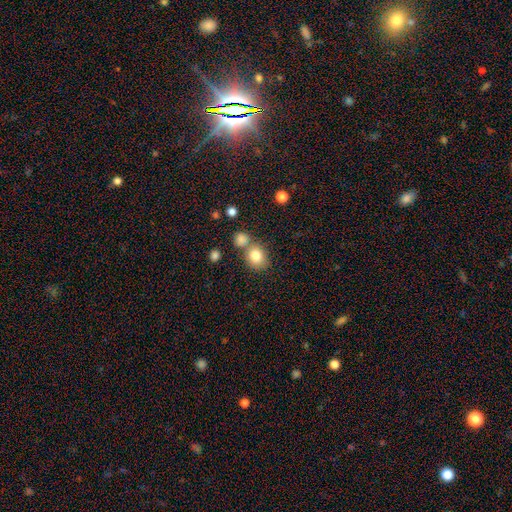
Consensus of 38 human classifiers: Smooth or featured? smooth (74%)
How rounded? round (79%)
Merging? none (51%)